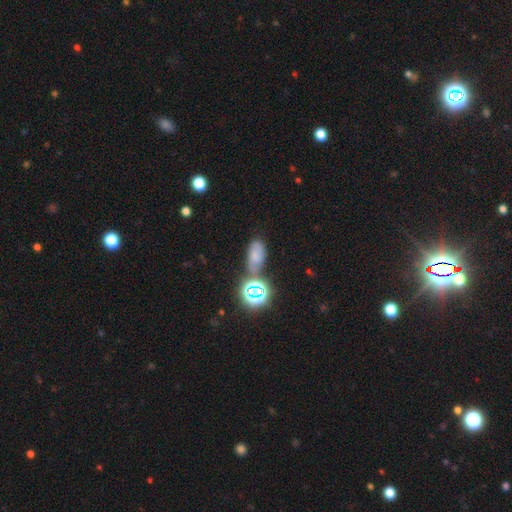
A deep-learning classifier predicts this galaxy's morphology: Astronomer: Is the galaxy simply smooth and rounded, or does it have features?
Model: smooth — 49% (runner-up: star or artifact, 30%).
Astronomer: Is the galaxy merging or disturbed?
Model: none — 52%.